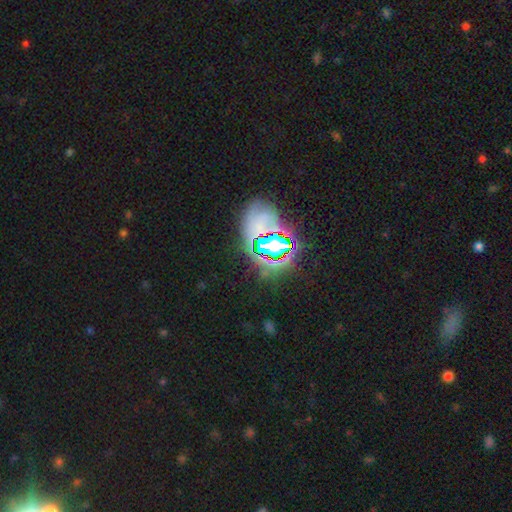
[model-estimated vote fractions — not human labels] smooth-or-featured: star or artifact: 66% | smooth: 18% | featured or disk: 16%